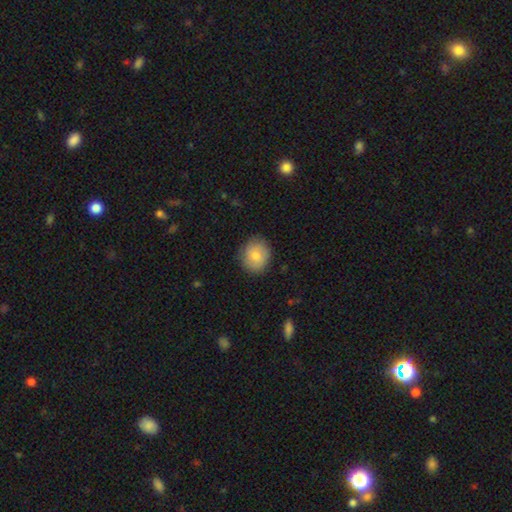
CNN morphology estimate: Smooth or featured? smooth (80%)
How rounded? round (72%)
Merging? none (84%)